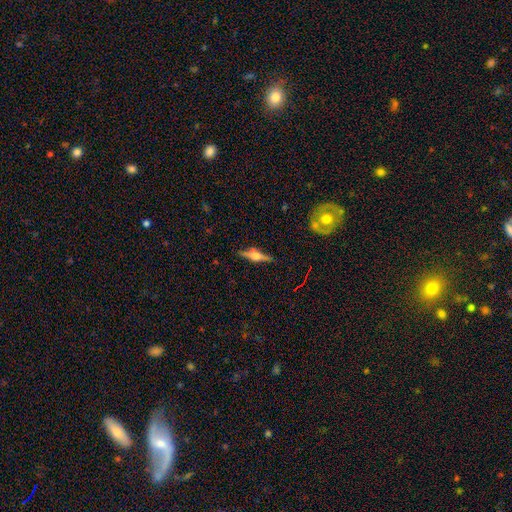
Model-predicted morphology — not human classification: This is likely a featured or disk galaxy (73%). It is clearly viewed edge-on (96%). Edge-on bulge: clearly rounded (90%). Merging: clearly none (83%).